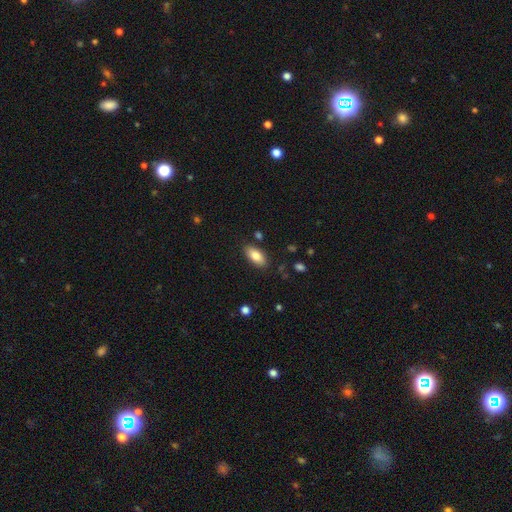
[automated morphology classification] type=smooth (82%); roundness=in between (90%); merging=none (85%).